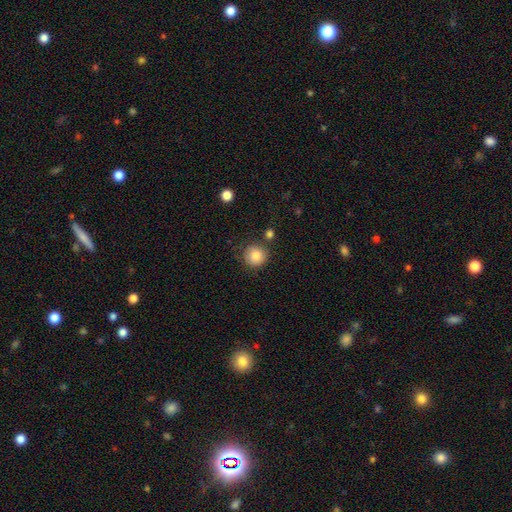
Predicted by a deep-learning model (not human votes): The model was most divided on "merging": none: 80%, minor disturbance: 11%, merger: 5%, major disturbance: 3%. More confident: how rounded — round (93%); smooth or featured — smooth (85%).